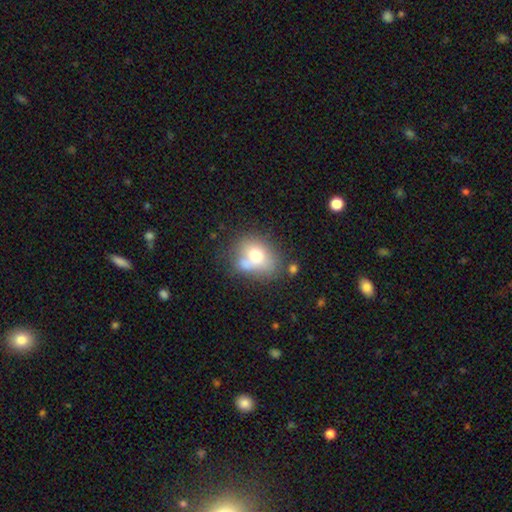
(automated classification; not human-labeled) Morphology: type=smooth (68%); roundness=round (50%); merging=none (44%).